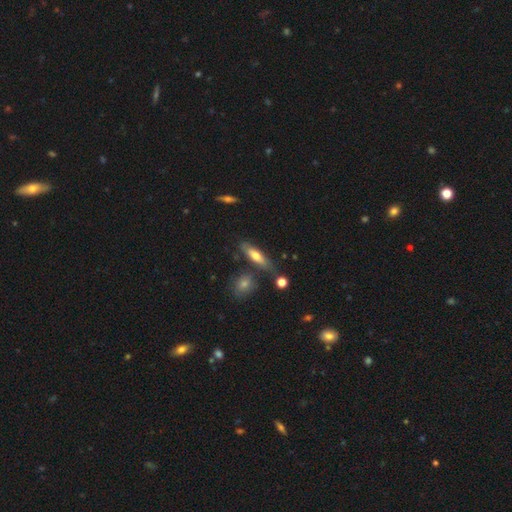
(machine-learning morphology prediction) This appears to be a smooth galaxy with no disk features (63%) that is cigar-shaped (52%). Merging: none (67%).